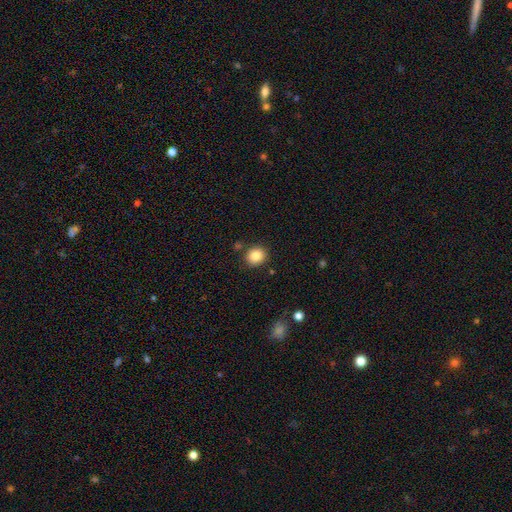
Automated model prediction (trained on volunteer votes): smooth_or_featured: smooth (p=0.84) [alt: star or artifact p=0.10]
how_rounded: round (p=0.84) [alt: in between p=0.15]
merging: none (p=0.84) [alt: minor disturbance p=0.09]